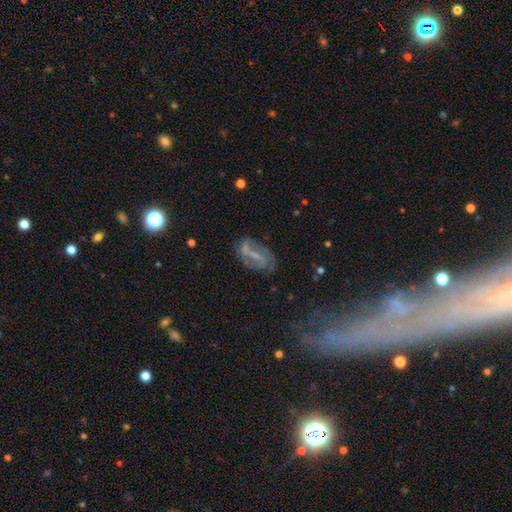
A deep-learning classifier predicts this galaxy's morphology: A featured or disk galaxy (67%) with a strong bar (44%), spiral arms (75%) and no central bulge (43%). Merging: none (61%).